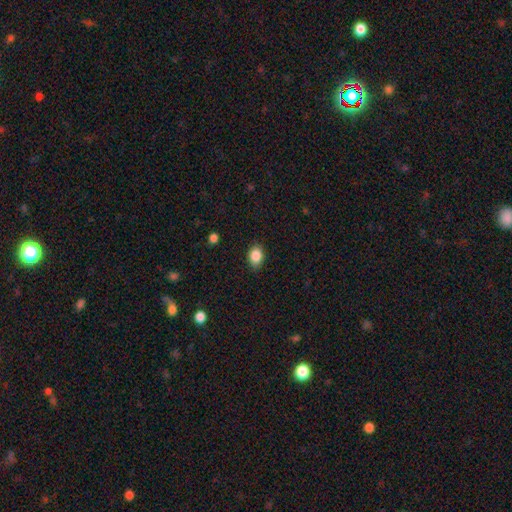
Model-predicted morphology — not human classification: Smooth or featured?
  - smooth: 87% *
  - star or artifact: 9%
  - featured or disk: 4%
How rounded?
  - in between: 68% *
  - round: 31%
  - cigar-shaped: 1%
Merging?
  - none: 84% *
  - minor disturbance: 12%
  - major disturbance: 3%
  - merger: 1%